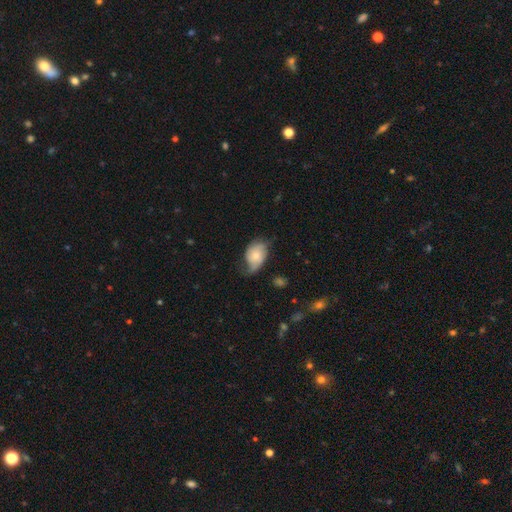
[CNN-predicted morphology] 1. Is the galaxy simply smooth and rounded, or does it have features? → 49% featured or disk, 44% smooth, 7% star or artifact.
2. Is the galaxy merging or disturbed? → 43% none, 37% minor disturbance, 18% major disturbance, 2% merger.